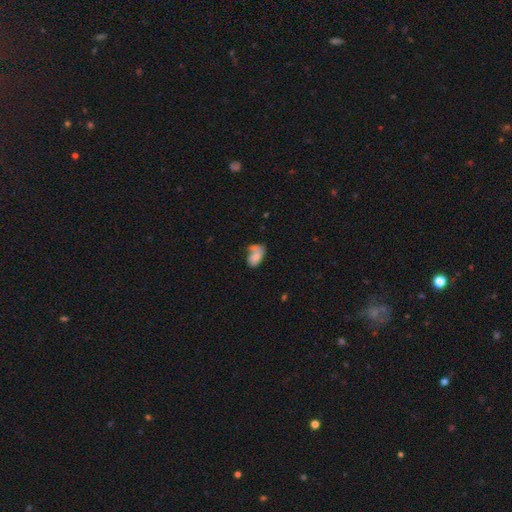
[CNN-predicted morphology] Smooth or featured? Predicted: smooth (p=0.61). How rounded? Predicted: in between (p=0.89). Merging? Predicted: none (p=0.35).